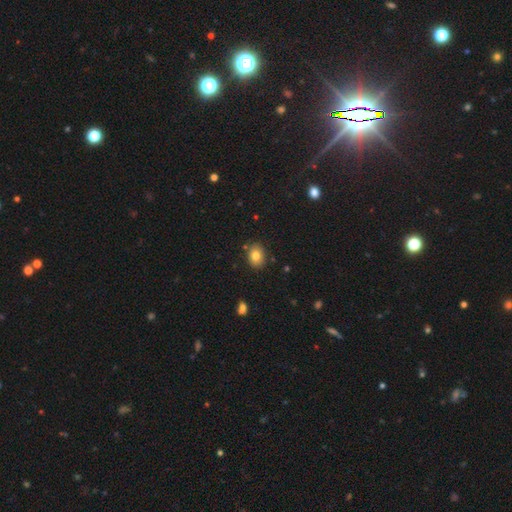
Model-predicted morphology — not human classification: Q: Smooth or featured?
A: smooth (81%); runner-up: star or artifact (10%)
Q: How rounded?
A: in between (59%); runner-up: round (40%)
Q: Merging?
A: none (84%); runner-up: minor disturbance (10%)